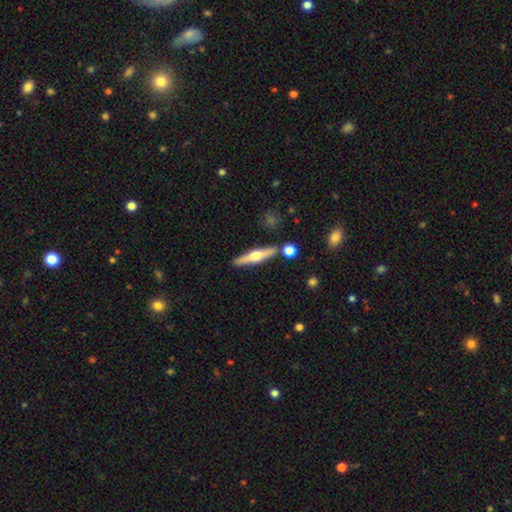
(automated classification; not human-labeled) Smooth or featured? Predicted: featured or disk (p=0.62). Edge-on disk? Predicted: yes (p=0.96). Edge-on bulge? Predicted: rounded (p=0.94). Merging? Predicted: none (p=0.84).